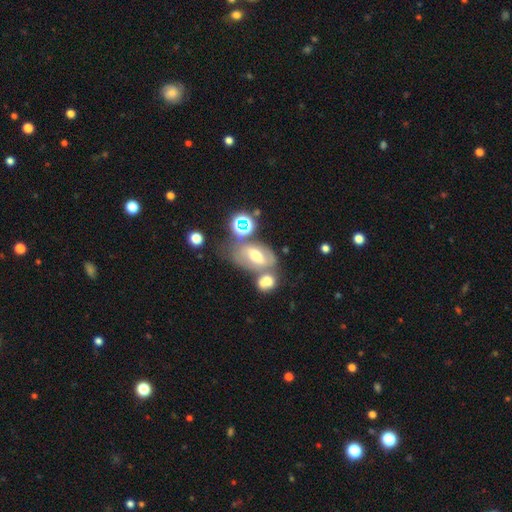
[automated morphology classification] This is marginally a featured or disk galaxy (44%). Merging: marginally none (41%).